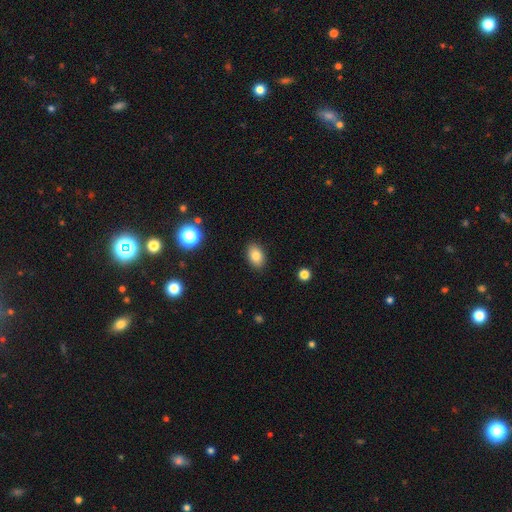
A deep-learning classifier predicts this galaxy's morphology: smooth 81%, star or artifact 10%, featured or disk 9%. Down the decision tree: how rounded — in between (84%); merging — none (88%).